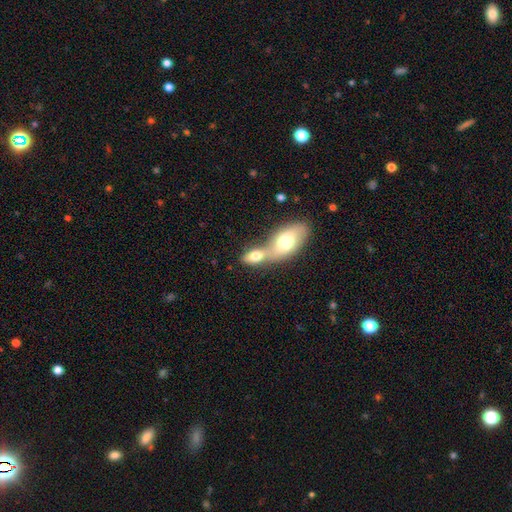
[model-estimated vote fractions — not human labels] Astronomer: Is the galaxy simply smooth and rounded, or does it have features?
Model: smooth — 74%.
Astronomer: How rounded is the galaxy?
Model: in between — 85%.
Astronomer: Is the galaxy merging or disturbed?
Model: merger — 71%.